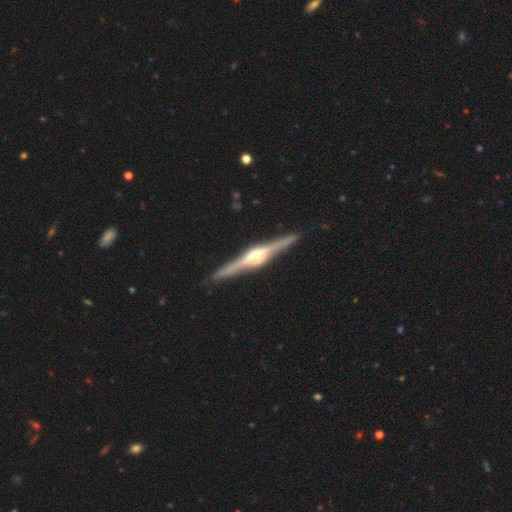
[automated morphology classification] type=featured or disk (86%); edge-on=yes (98%); edge-on bulge=rounded (84%); merging=none (91%).